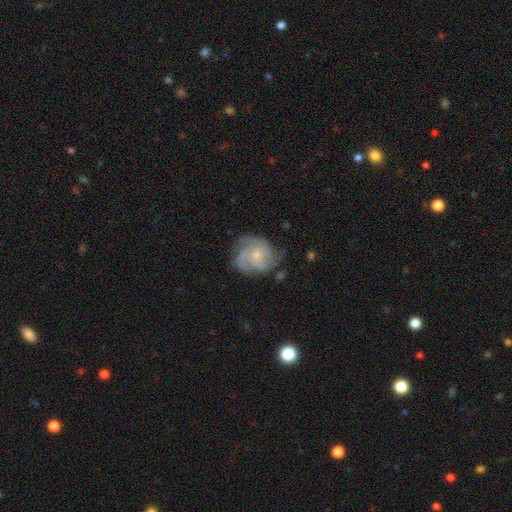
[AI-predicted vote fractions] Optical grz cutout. It shows a featured or disk galaxy (78%) with no bar (78%), 3 (42%) tight (47%) spiral arms (95%) and a small central bulge (70%). Merging: none (65%).